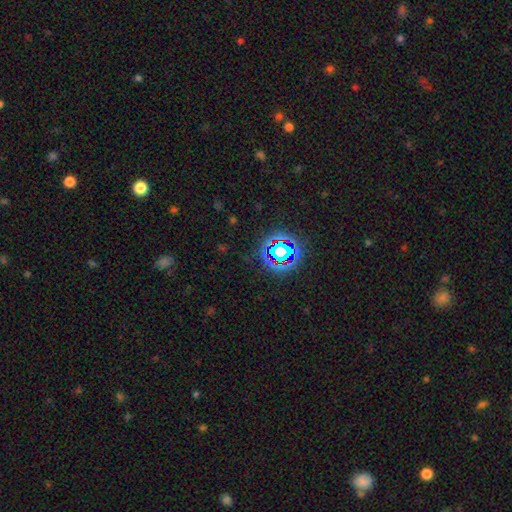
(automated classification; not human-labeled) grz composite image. It shows a star or artifact, not a galaxy (76%).